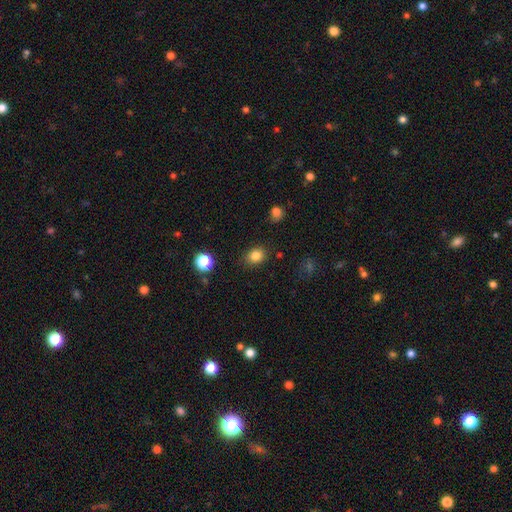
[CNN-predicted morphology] This appears to be a smooth galaxy with no disk features (83%) that is round (54%). Merging: none (84%).